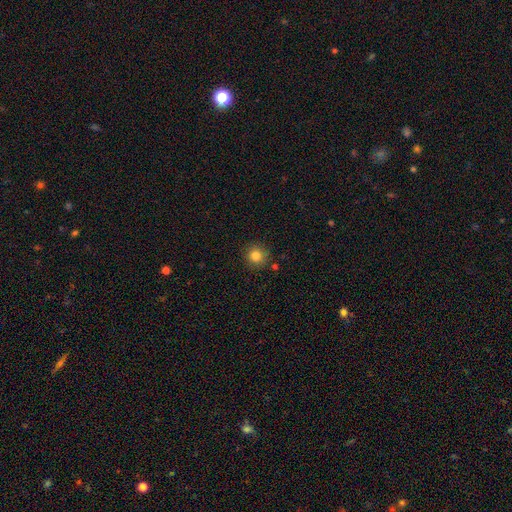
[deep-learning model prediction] Smooth or featured? smooth (82%)
How rounded? round (93%)
Merging? none (88%)